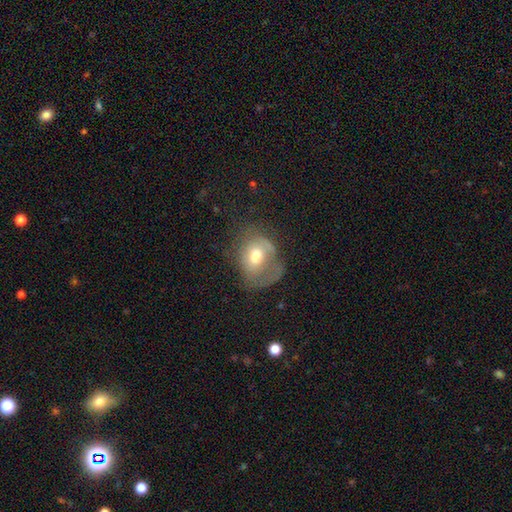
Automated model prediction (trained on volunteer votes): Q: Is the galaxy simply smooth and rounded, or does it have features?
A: smooth — 55%.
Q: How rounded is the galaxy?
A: in between — 54%.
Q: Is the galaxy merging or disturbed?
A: major disturbance — 40%.